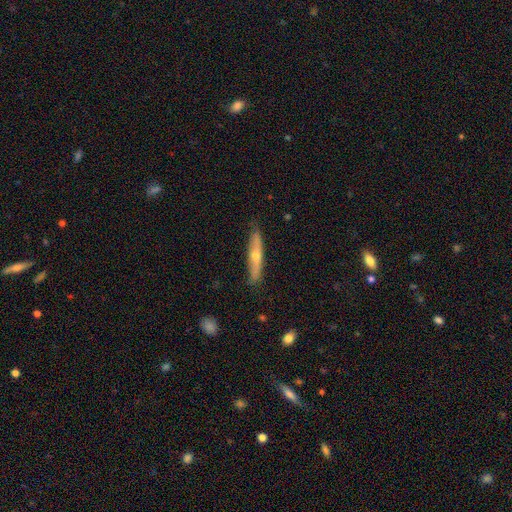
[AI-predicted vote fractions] A featured or disk galaxy (53%) viewed edge-on (87%). Merging: none (83%).